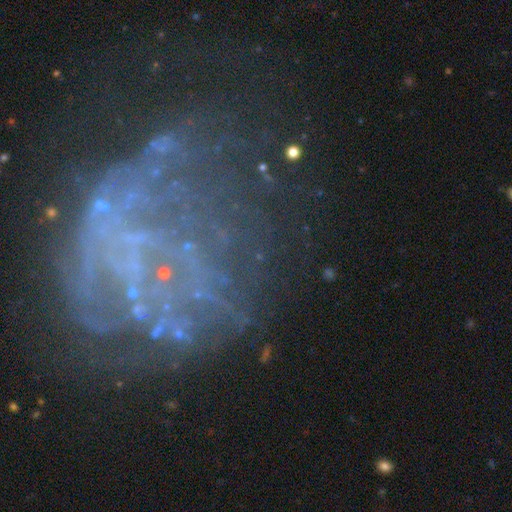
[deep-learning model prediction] smooth_or_featured: featured or disk (p=0.65) [alt: star or artifact p=0.21]
disk_edge_on: no (p=0.97) [alt: yes p=0.03]
bar: no (p=0.76) [alt: weak p=0.16]
has_spiral_arms: no (p=0.54) [alt: yes p=0.46]
bulge_size: none (p=0.65) [alt: small p=0.22]
merging: none (p=0.51) [alt: major disturbance p=0.28]